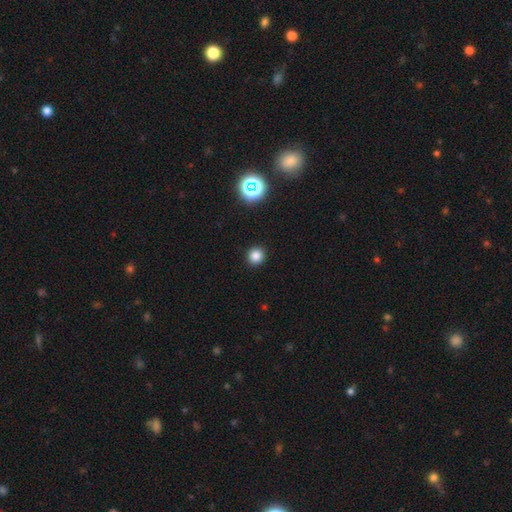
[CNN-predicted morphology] Smooth or featured? smooth (82%)
How rounded? round (94%)
Merging? none (93%)